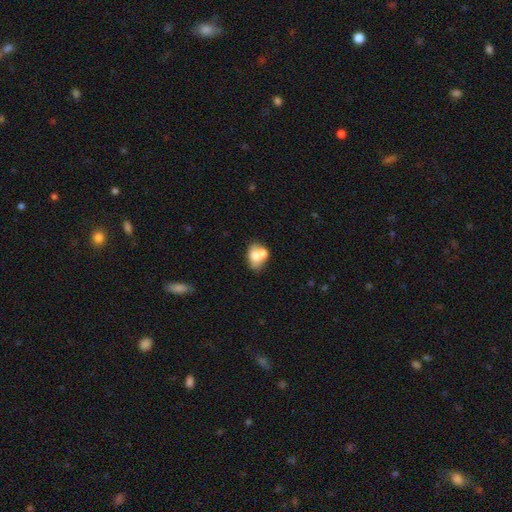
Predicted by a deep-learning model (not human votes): Q: Smooth or featured?
A: smooth (66%); runner-up: featured or disk (25%)
Q: How rounded?
A: in between (70%); runner-up: round (29%)
Q: Merging?
A: merger (49%); runner-up: none (34%)